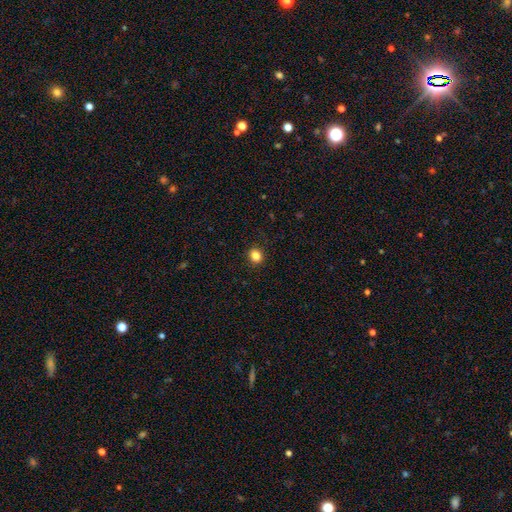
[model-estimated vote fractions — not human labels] Overall: smooth (85%). How rounded: round (76%). Merging: none (91%).